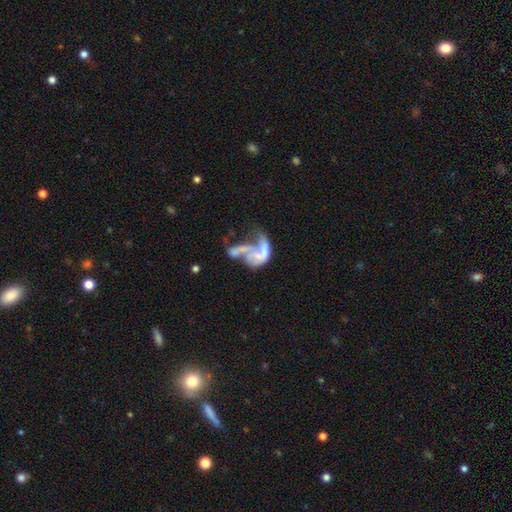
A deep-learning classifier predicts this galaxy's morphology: This is likely a featured or disk galaxy (64%). It is clearly not viewed edge-on (97%). Bar: likely no (77%). Spiral arm pattern: possibly no (55%). Central bulge: possibly none (56%). Merging: marginally merger (43%).